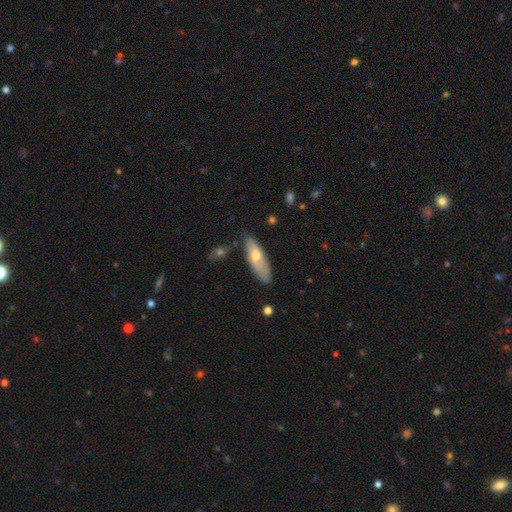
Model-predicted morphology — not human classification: smooth 60%, featured or disk 34%, star or artifact 6%. Down the decision tree: how rounded — in between (50%); merging — none (71%).